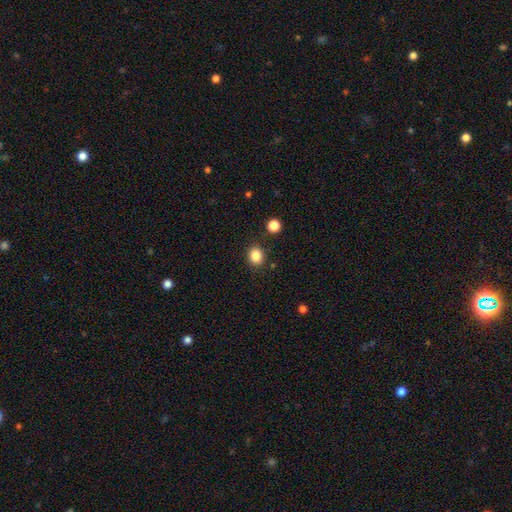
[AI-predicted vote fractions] A smooth galaxy with no disk features (85%) that is round (66%). Merging: none (85%).